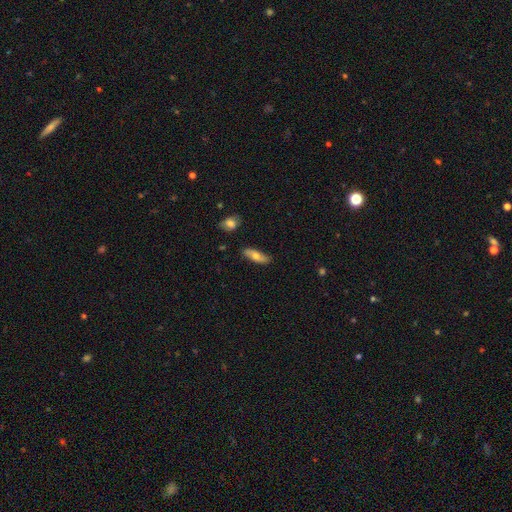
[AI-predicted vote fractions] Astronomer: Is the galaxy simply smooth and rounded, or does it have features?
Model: smooth — 65%.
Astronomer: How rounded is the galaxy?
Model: in between — 58% (runner-up: cigar-shaped, 39%).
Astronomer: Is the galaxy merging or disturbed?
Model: none — 83%.